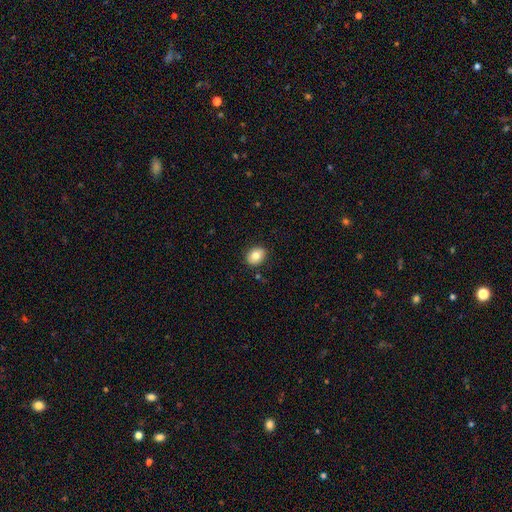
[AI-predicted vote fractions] smooth-or-featured: smooth: 80% | featured or disk: 12% | star or artifact: 9%
  how-rounded: in between: 53% | round: 46% | cigar-shaped: 1%
  merging: none: 88% | minor disturbance: 9% | major disturbance: 2% | merger: 2%